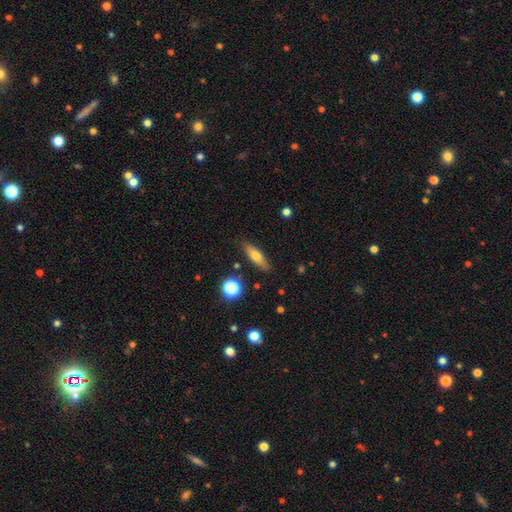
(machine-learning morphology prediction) This is likely a smooth galaxy (65%). How rounded: possibly cigar-shaped (52%). Merging: clearly none (85%).